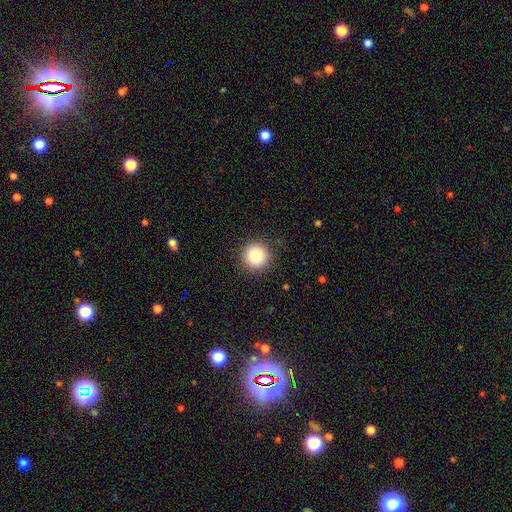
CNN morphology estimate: smooth-or-featured: smooth: 86% | star or artifact: 10% | featured or disk: 5%
  how-rounded: round: 95% | in between: 4% | cigar-shaped: 1%
  merging: none: 91% | minor disturbance: 6% | major disturbance: 2% | merger: 1%